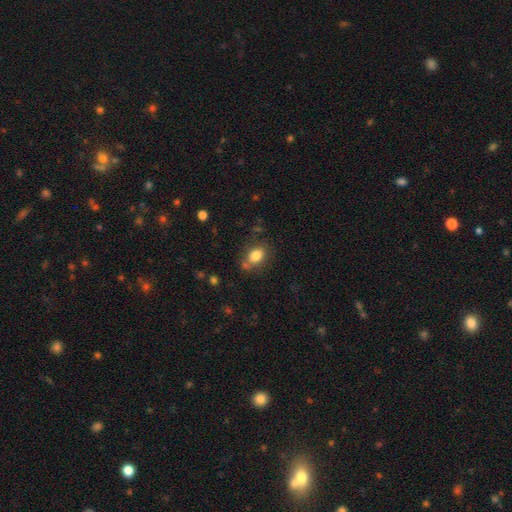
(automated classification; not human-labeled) This is clearly a smooth galaxy (81%). How rounded: likely in between (70%). Merging: likely none (68%).